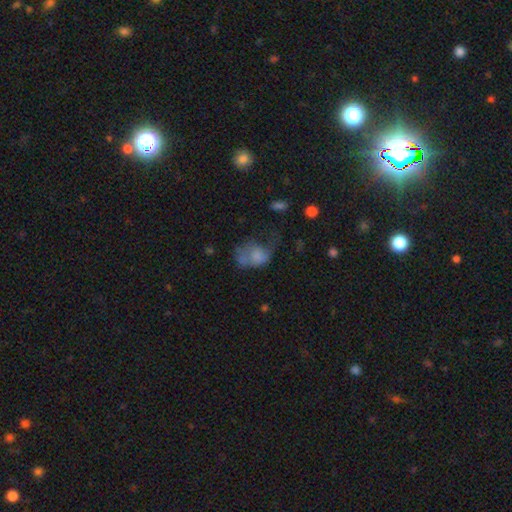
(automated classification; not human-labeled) Smooth or featured? smooth (60%)
How rounded? in between (70%)
Merging? major disturbance (45%)